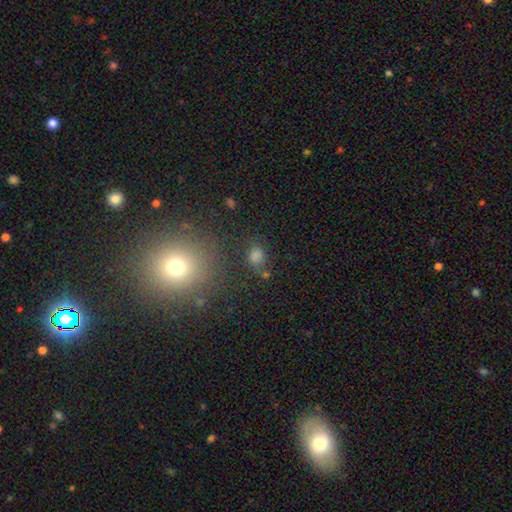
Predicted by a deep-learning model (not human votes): A smooth galaxy with no disk features (69%) that is round (51%).

Vote fractions:
- Smooth or featured? smooth: 69% / star or artifact: 23% / featured or disk: 8%
- How rounded? round: 51% / in between: 47% / cigar-shaped: 2%
- Merging? none: 71% / minor disturbance: 14% / merger: 7% / major disturbance: 7%